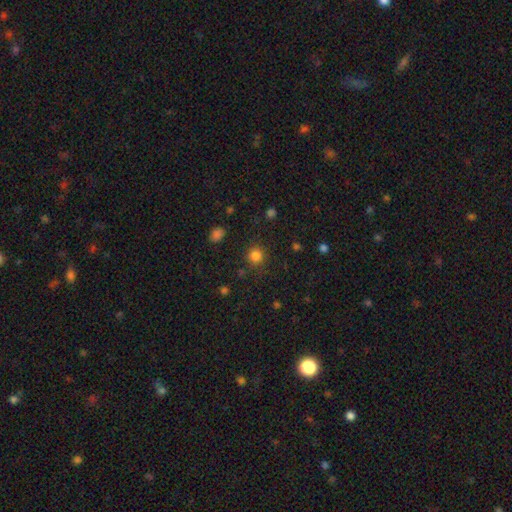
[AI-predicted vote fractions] smooth-or-featured: smooth: 82% | star or artifact: 13% | featured or disk: 4%
  how-rounded: round: 92% | in between: 7% | cigar-shaped: 1%
  merging: none: 86% | minor disturbance: 8% | major disturbance: 4% | merger: 2%